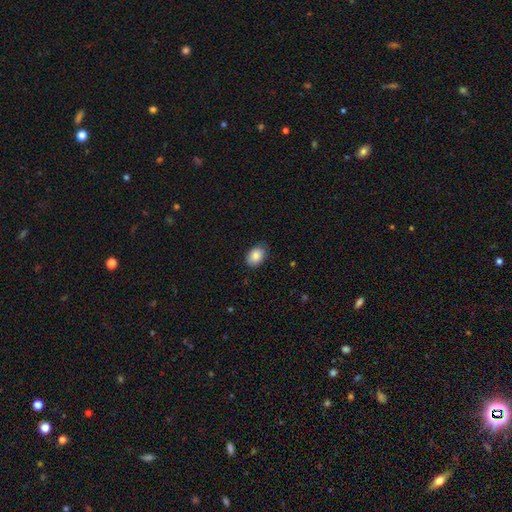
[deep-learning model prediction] A smooth galaxy with no disk features (86%) that is in between round and cigar-shaped (80%).

Vote fractions:
- Smooth or featured? smooth: 86% / star or artifact: 7% / featured or disk: 6%
- How rounded? in between: 80% / round: 19% / cigar-shaped: 1%
- Merging? none: 78% / minor disturbance: 18% / major disturbance: 3% / merger: 1%